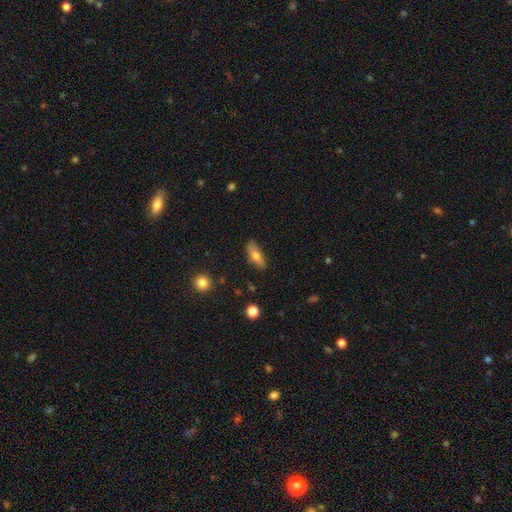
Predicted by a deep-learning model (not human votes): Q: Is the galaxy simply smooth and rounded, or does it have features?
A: smooth — 66%.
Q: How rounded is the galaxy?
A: in between — 60%.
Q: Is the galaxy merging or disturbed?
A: none — 80%.